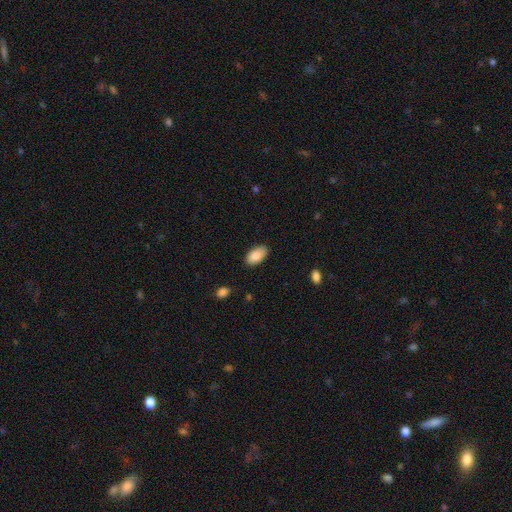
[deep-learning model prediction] A smooth galaxy with no disk features (88%) that is in between round and cigar-shaped (95%). Merging: none (84%).